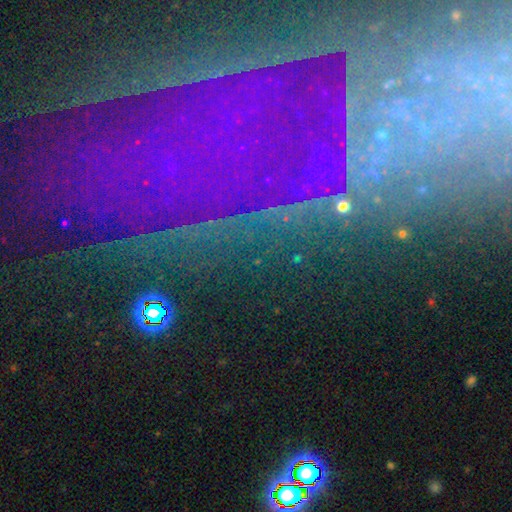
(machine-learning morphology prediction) The model was most divided on "smooth or featured": star or artifact: 67%, featured or disk: 20%, smooth: 13%.